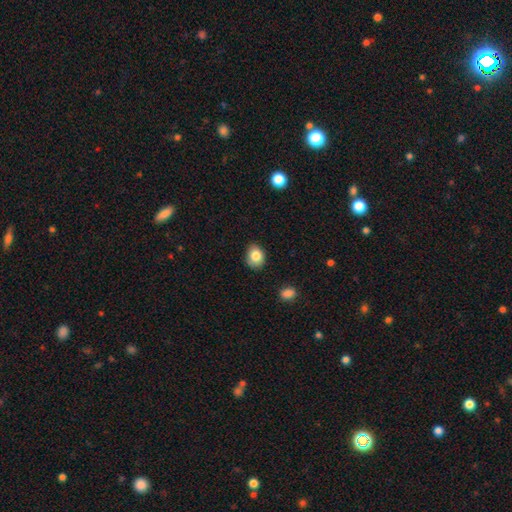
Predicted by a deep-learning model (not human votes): Morphology: type=smooth (83%); roundness=in between (54%); merging=none (80%).